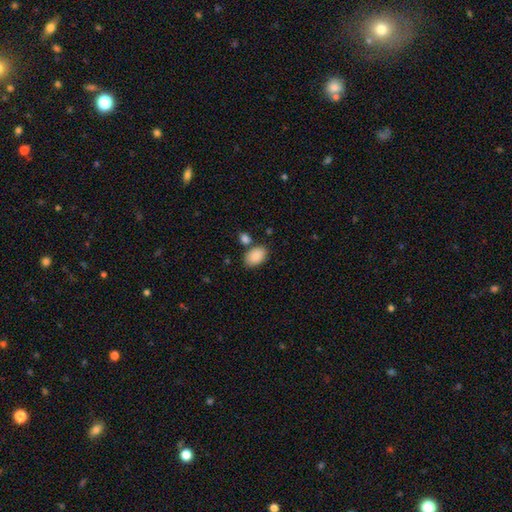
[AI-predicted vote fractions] Smooth or featured? Predicted: smooth (p=0.90). How rounded? Predicted: in between (p=0.90). Merging? Predicted: none (p=0.70).